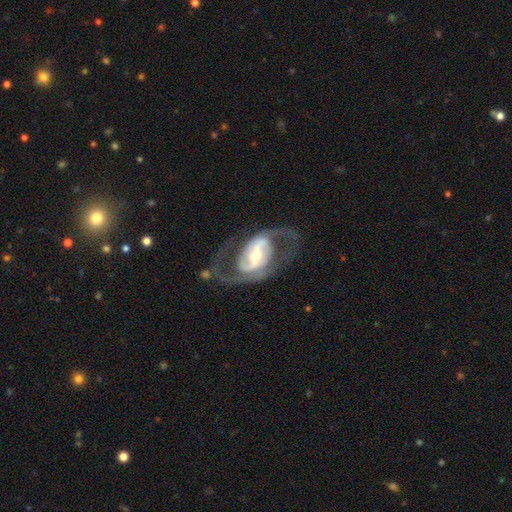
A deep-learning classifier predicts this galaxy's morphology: The model was most divided on "bulge size": moderate: 49%, small: 42%, large: 7%, dominant: 1%, none: 1%. Remaining: edge-on disk — no (95%); spiral arm count — 2 (88%); smooth or featured — featured or disk (87%); spiral arms — yes (86%); merging — none (66%); spiral winding — medium (53%); bar — strong (43%).